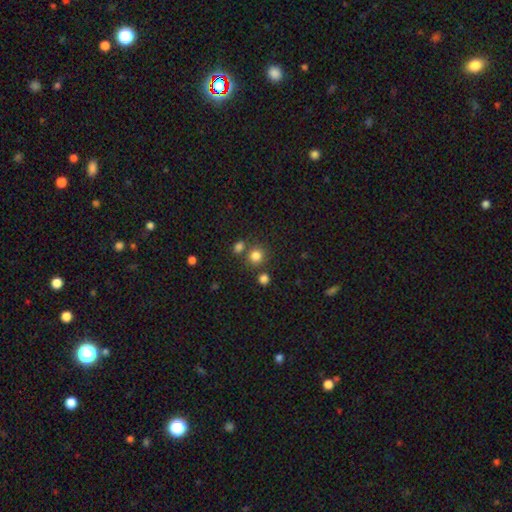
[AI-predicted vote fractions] Smooth or featured?
  - smooth: 81% *
  - star or artifact: 13%
  - featured or disk: 6%
How rounded?
  - round: 87% *
  - in between: 12%
  - cigar-shaped: 1%
Merging?
  - none: 72% *
  - merger: 16%
  - minor disturbance: 9%
  - major disturbance: 4%